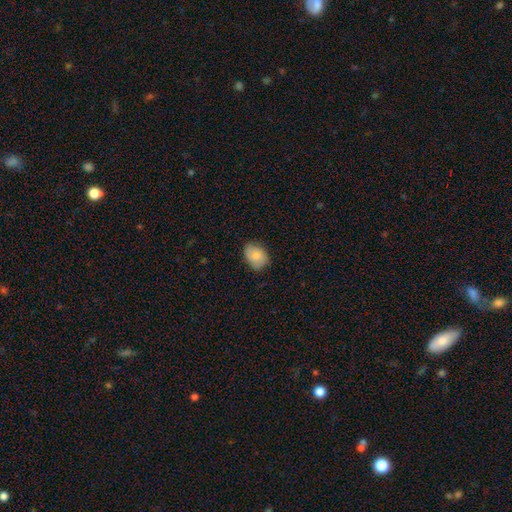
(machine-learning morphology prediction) Smooth or featured? smooth (81%)
How rounded? in between (71%)
Merging? none (76%)